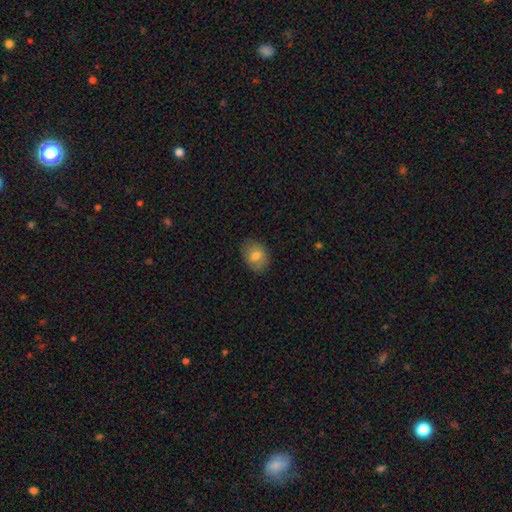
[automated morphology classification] A smooth galaxy with no disk features (74%) that is in between round and cigar-shaped (60%).

Vote fractions:
- Smooth or featured? smooth: 74% / featured or disk: 18% / star or artifact: 8%
- How rounded? in between: 60% / round: 39% / cigar-shaped: 1%
- Merging? none: 80% / minor disturbance: 16% / major disturbance: 4% / merger: 1%